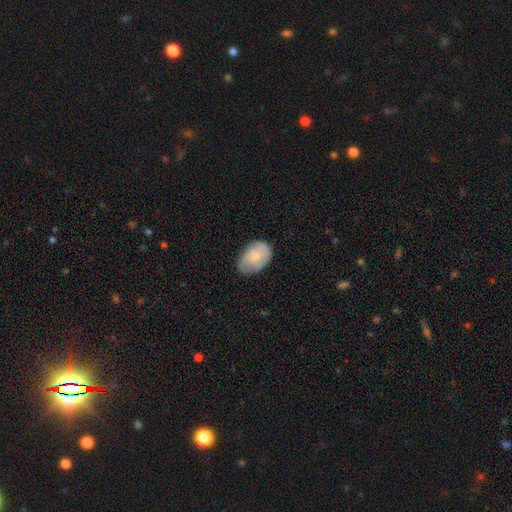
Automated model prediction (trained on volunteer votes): A smooth galaxy with no disk features (63%) that is in between round and cigar-shaped (83%). Merging: none (63%).